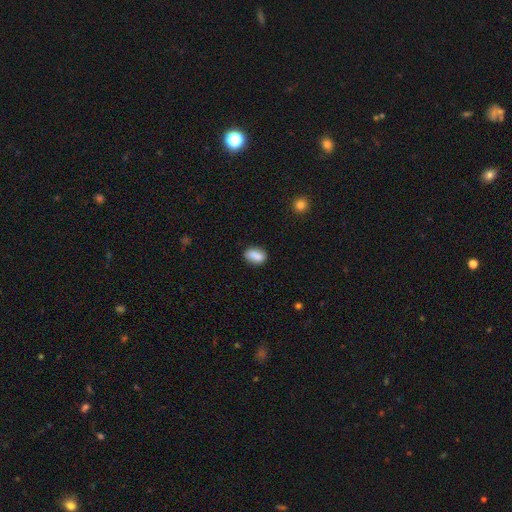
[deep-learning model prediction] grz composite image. It shows a smooth galaxy with no disk features (84%) that is in between round and cigar-shaped (82%). Merging: none (74%).